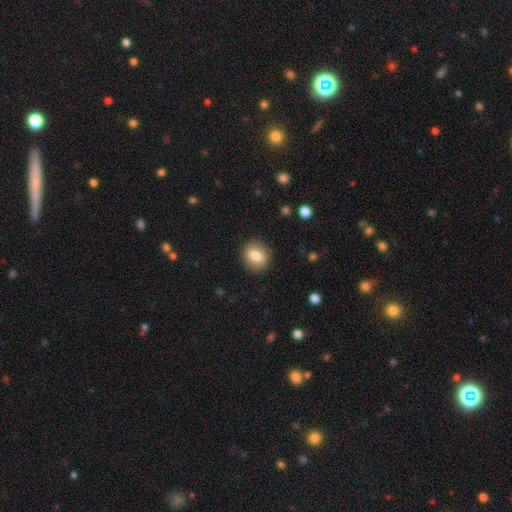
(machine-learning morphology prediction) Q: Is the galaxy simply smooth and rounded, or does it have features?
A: smooth — 82%.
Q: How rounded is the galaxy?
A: round — 62%.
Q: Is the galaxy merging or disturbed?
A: none — 88%.